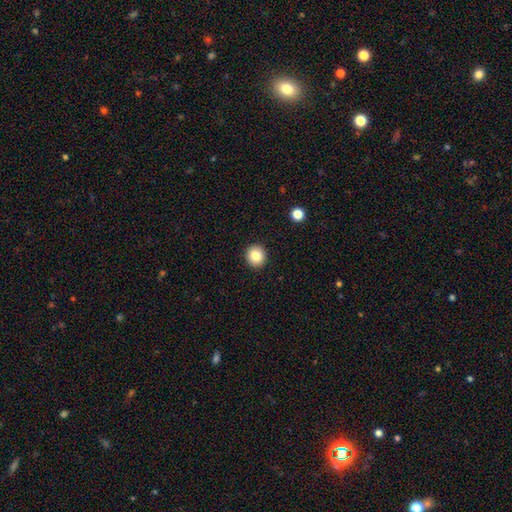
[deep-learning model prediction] The model was most divided on "smooth or featured": smooth: 84%, star or artifact: 10%, featured or disk: 7%. More confident: merging — none (93%); how rounded — round (92%).